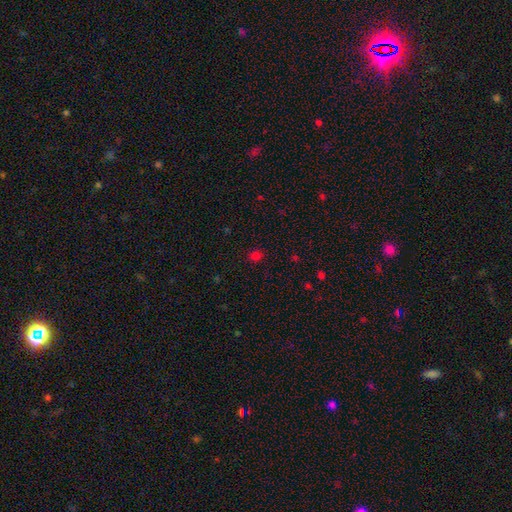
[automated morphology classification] Overall: smooth (74%). How rounded: round (74%). Merging: none (88%).